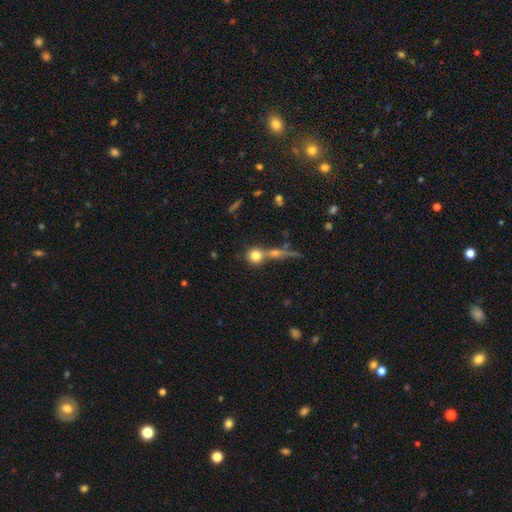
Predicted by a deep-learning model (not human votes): Smooth or featured? smooth (76%)
How rounded? round (86%)
Merging? none (54%)